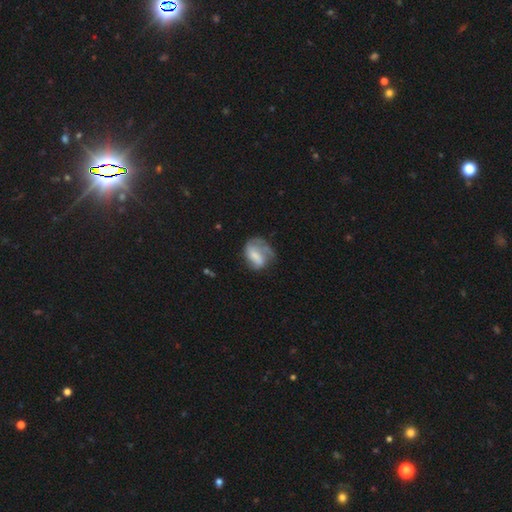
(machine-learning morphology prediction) The model was most divided on "merging": major disturbance: 35%, none: 33%, minor disturbance: 28%, merger: 4%. Remaining: smooth or featured — featured or disk (48%).